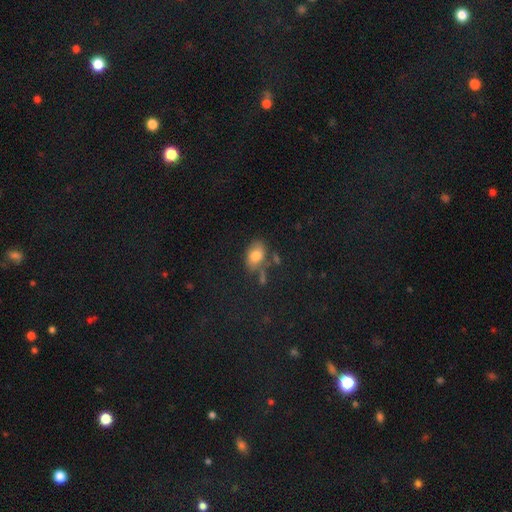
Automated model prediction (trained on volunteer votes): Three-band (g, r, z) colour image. It shows a smooth galaxy with no disk features (75%) that is in between round and cigar-shaped (81%). Merging: none (57%).